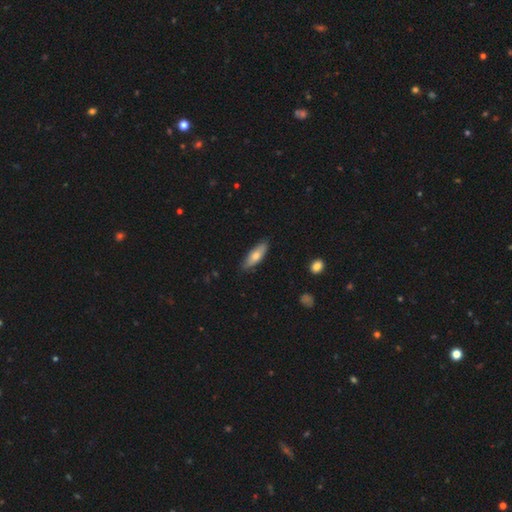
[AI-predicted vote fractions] smooth-or-featured: smooth: 68% | featured or disk: 26% | star or artifact: 6%
  how-rounded: in between: 60% | cigar-shaped: 38% | round: 2%
  merging: none: 83% | minor disturbance: 14% | major disturbance: 2% | merger: 1%